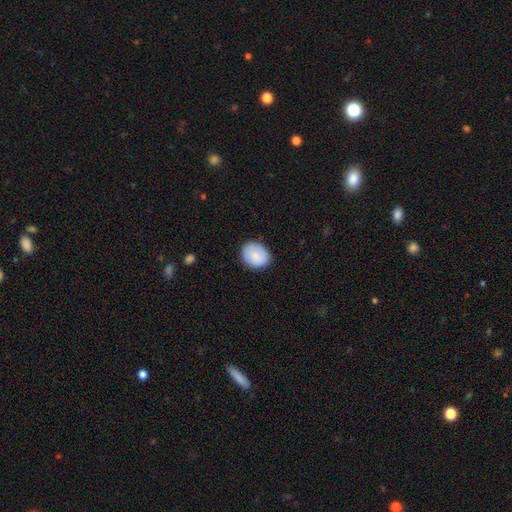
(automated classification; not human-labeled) The model was most divided on "how rounded": round: 54%, in between: 45%, cigar-shaped: 1%. More confident: merging — none (82%); smooth or featured — smooth (82%).